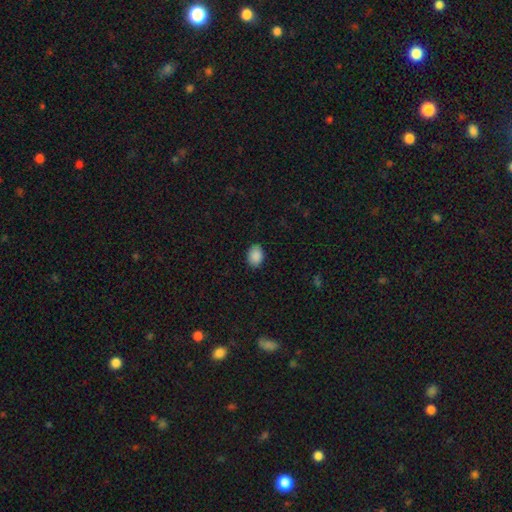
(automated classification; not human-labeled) This appears to be a smooth galaxy with no disk features (89%) that is in between round and cigar-shaped (68%). Merging: none (87%).